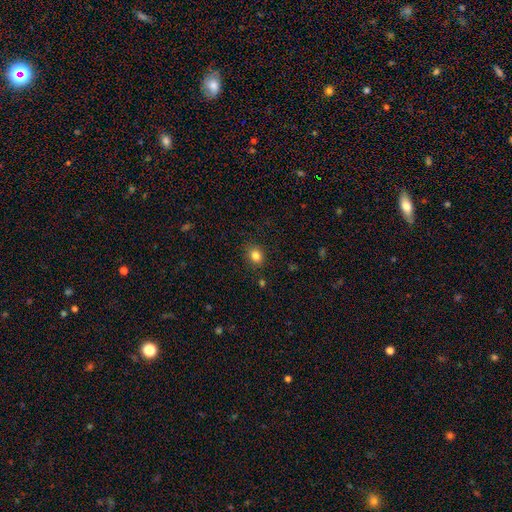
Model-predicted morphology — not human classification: Smooth or featured?
  - smooth: 83% *
  - star or artifact: 12%
  - featured or disk: 5%
How rounded?
  - round: 68% *
  - in between: 31%
  - cigar-shaped: 1%
Merging?
  - none: 87% *
  - minor disturbance: 9%
  - major disturbance: 2%
  - merger: 1%